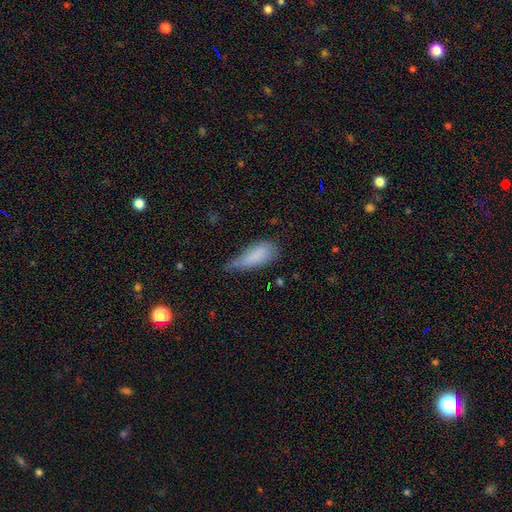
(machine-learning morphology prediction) Smooth or featured?
  - smooth: 81% *
  - featured or disk: 12%
  - star or artifact: 8%
How rounded?
  - in between: 72% *
  - cigar-shaped: 26%
  - round: 2%
Merging?
  - minor disturbance: 48% *
  - none: 28%
  - major disturbance: 20%
  - merger: 4%